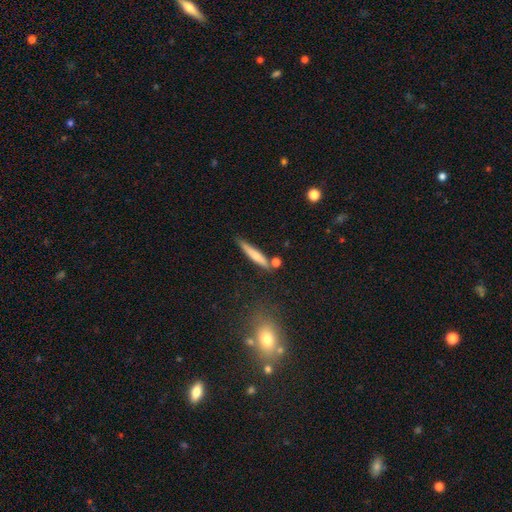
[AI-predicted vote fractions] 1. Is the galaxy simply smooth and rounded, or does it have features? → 65% smooth, 28% featured or disk, 7% star or artifact.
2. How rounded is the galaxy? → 91% cigar-shaped, 7% in between, 2% round.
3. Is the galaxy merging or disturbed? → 72% none, 16% minor disturbance, 9% merger, 3% major disturbance.